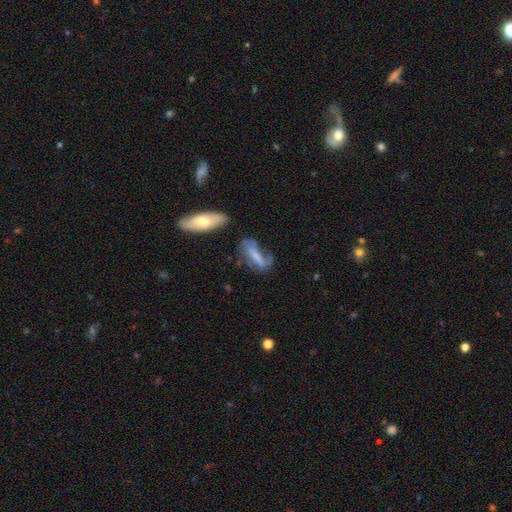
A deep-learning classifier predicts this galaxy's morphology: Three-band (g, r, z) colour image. It shows a smooth galaxy with no disk features (49%). Merging: none (39%).